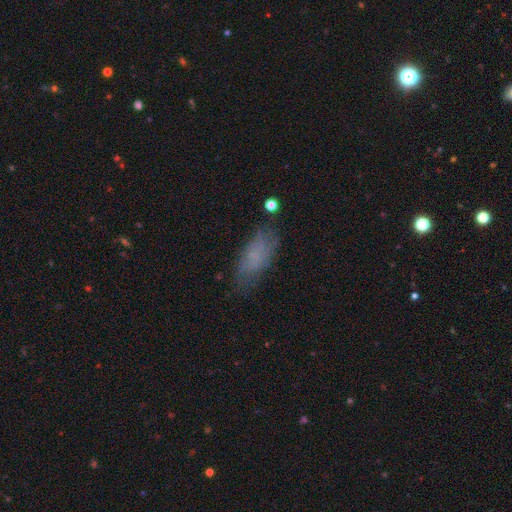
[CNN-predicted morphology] smooth-or-featured: smooth: 67% | featured or disk: 23% | star or artifact: 11%
  how-rounded: in between: 78% | cigar-shaped: 19% | round: 3%
  merging: none: 66% | minor disturbance: 22% | major disturbance: 10% | merger: 2%